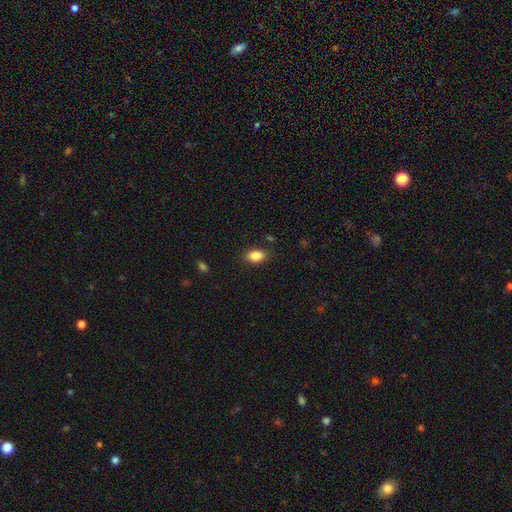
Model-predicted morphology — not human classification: The model was most divided on "how rounded": in between: 84%, round: 15%, cigar-shaped: 2%. More confident: smooth or featured — smooth (86%); merging — none (85%).